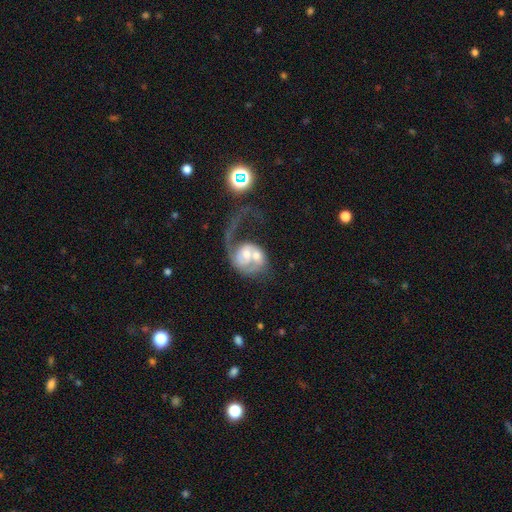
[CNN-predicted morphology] Smooth or featured: featured or disk — 70% (smooth — 23%)
Edge-on disk: no — 97% (yes — 3%)
Bar: no — 67% (weak — 27%)
Spiral arms: yes — 78% (no — 22%)
Spiral winding: loose — 56% (medium — 28%)
Spiral arm count: 1 — 60% (2 — 24%)
Bulge size: moderate — 55% (small — 22%)
Merging: merger — 56% (major disturbance — 25%)